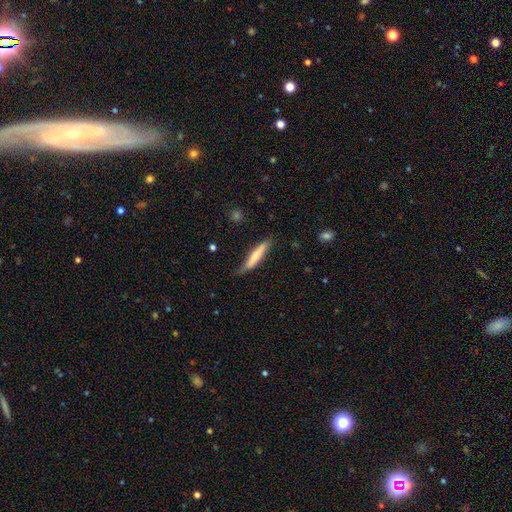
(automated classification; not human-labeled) Morphology: type=smooth (68%); roundness=cigar-shaped (89%); merging=none (69%).